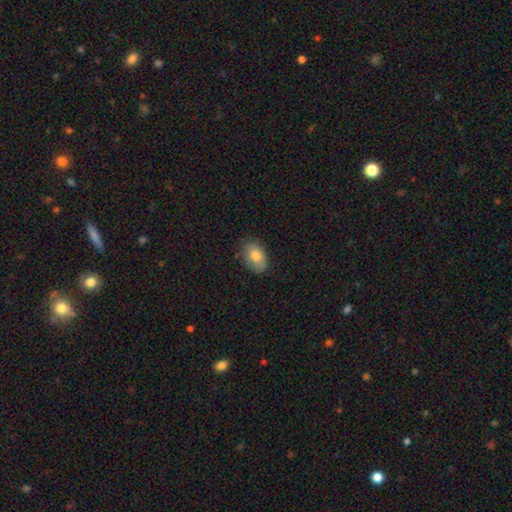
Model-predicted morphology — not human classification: A smooth galaxy with no disk features (80%) that is in between round and cigar-shaped (84%). Merging: none (79%).